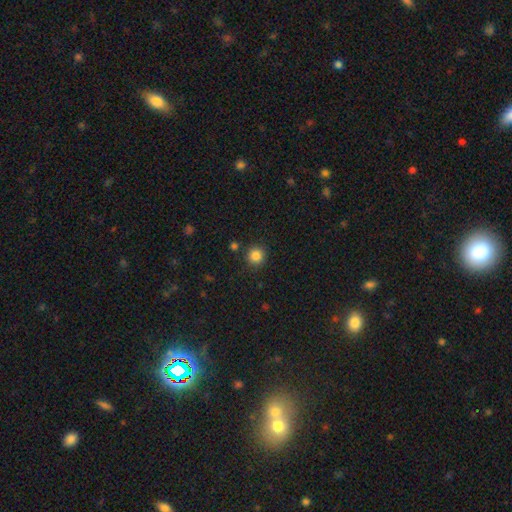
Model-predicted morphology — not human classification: Smooth or featured: smooth — 85% (star or artifact — 11%)
How rounded: round — 94% (in between — 5%)
Merging: none — 89% (minor disturbance — 6%)